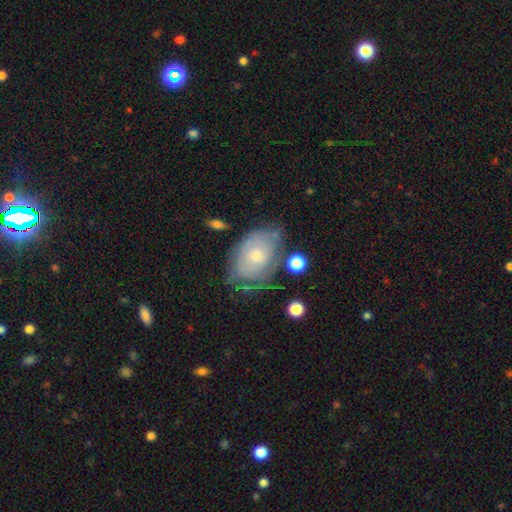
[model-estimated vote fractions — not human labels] Smooth or featured?
  - featured or disk: 60% *
  - smooth: 33%
  - star or artifact: 7%
Edge-on disk?
  - no: 95% *
  - yes: 5%
Bar?
  - no: 84% *
  - weak: 14%
  - strong: 2%
Spiral arms?
  - yes: 72% *
  - no: 28%
Bulge size?
  - small: 64% *
  - moderate: 31%
  - large: 2%
  - none: 2%
  - dominant: 1%
Merging?
  - none: 55% *
  - minor disturbance: 28%
  - major disturbance: 13%
  - merger: 4%